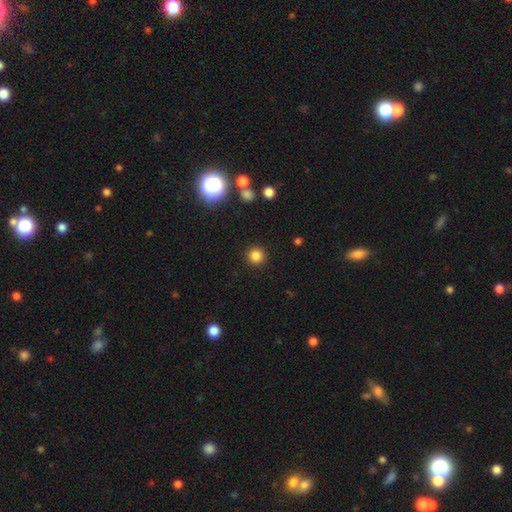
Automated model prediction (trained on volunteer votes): Smooth or featured?
  - smooth: 83% *
  - star or artifact: 13%
  - featured or disk: 4%
How rounded?
  - round: 94% *
  - in between: 5%
  - cigar-shaped: 1%
Merging?
  - none: 92% *
  - minor disturbance: 5%
  - major disturbance: 2%
  - merger: 1%